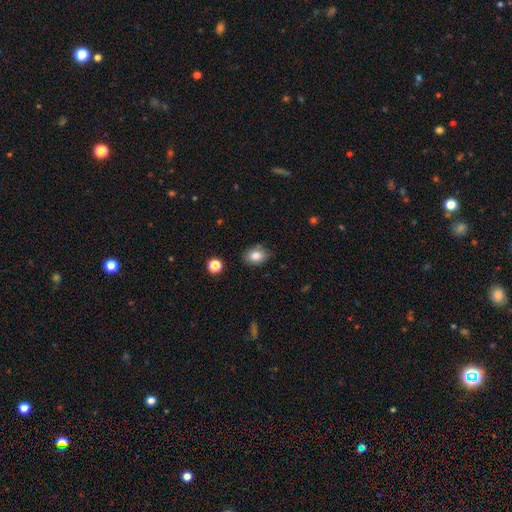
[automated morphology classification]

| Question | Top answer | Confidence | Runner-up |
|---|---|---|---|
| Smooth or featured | smooth | 84% | star or artifact (9%) |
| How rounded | in between | 69% | round (30%) |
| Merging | none | 81% | minor disturbance (14%) |